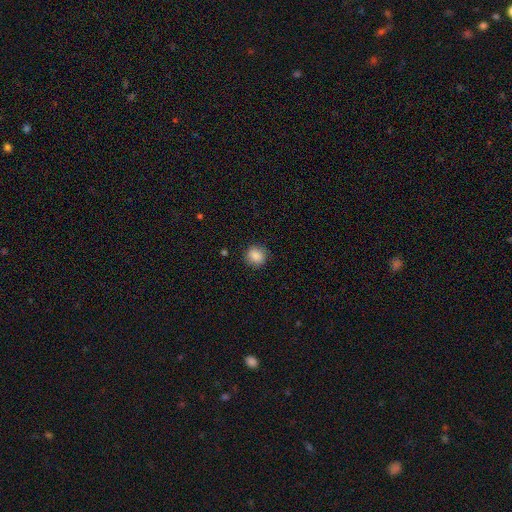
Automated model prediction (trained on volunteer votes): smooth_or_featured: smooth (p=0.87) [alt: star or artifact p=0.09]
how_rounded: round (p=0.82) [alt: in between p=0.17]
merging: none (p=0.88) [alt: minor disturbance p=0.09]